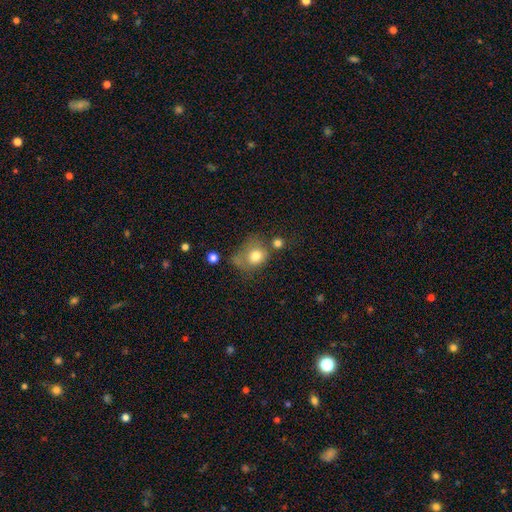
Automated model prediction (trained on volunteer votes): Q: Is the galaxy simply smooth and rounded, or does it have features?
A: smooth — 76%.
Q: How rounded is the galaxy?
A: round — 63%.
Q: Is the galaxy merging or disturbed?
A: none — 34%.